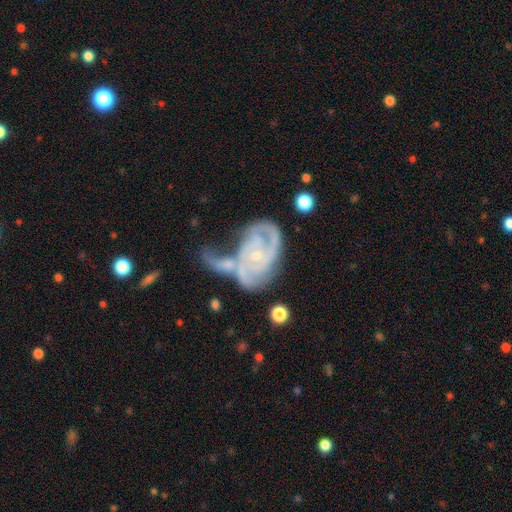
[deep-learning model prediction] smooth_or_featured: featured or disk (p=0.85) [alt: smooth p=0.09]
disk_edge_on: no (p=0.97) [alt: yes p=0.03]
bar: no (p=0.69) [alt: weak p=0.25]
has_spiral_arms: yes (p=0.93) [alt: no p=0.07]
spiral_winding: tight (p=0.51) [alt: medium p=0.37]
spiral_arm_count: 2 (p=0.47) [alt: can't tell p=0.24]
bulge_size: small (p=0.76) [alt: moderate p=0.20]
merging: merger (p=0.39) [alt: none p=0.26]